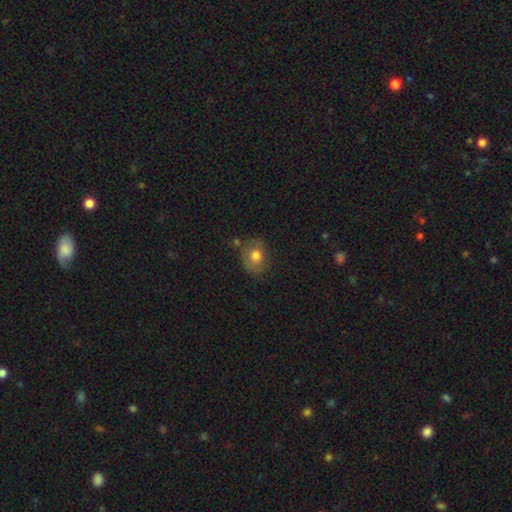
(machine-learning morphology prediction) The model was most divided on "how rounded": in between: 52%, round: 47%, cigar-shaped: 1%. More confident: smooth or featured — smooth (69%); merging — none (63%).